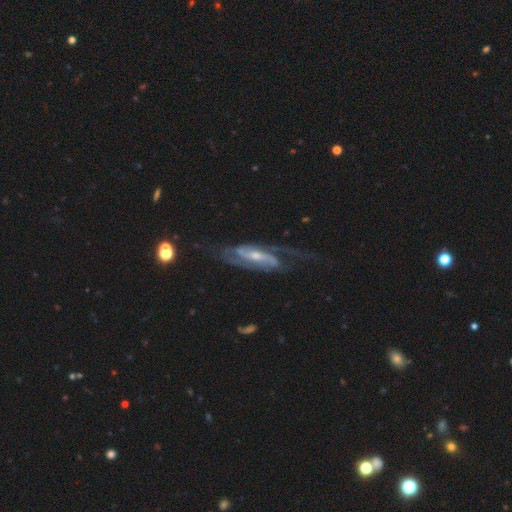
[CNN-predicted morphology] This is clearly a featured or disk galaxy (89%). It is clearly not viewed edge-on (89%). Bar: marginally weak (40%). Spiral arm pattern: clearly yes (96%). Spiral arm count: clearly 2 (83%). Spiral winding: possibly medium (48%). Central bulge: possibly small (55%). Merging: likely none (66%).